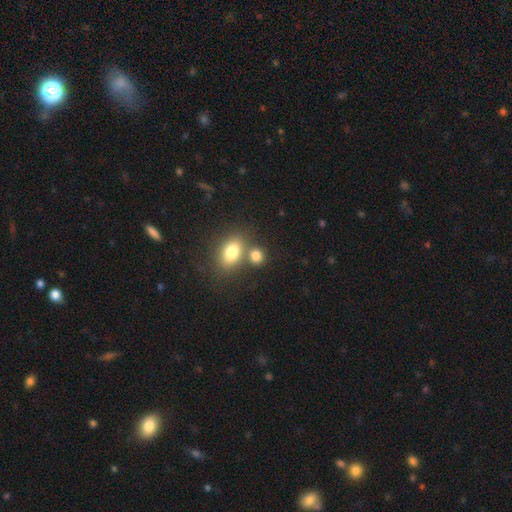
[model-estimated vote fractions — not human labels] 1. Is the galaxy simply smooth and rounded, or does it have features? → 80% smooth, 11% star or artifact, 9% featured or disk.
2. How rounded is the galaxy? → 52% round, 47% in between, 2% cigar-shaped.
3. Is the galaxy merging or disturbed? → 53% none, 33% merger, 10% minor disturbance, 4% major disturbance.